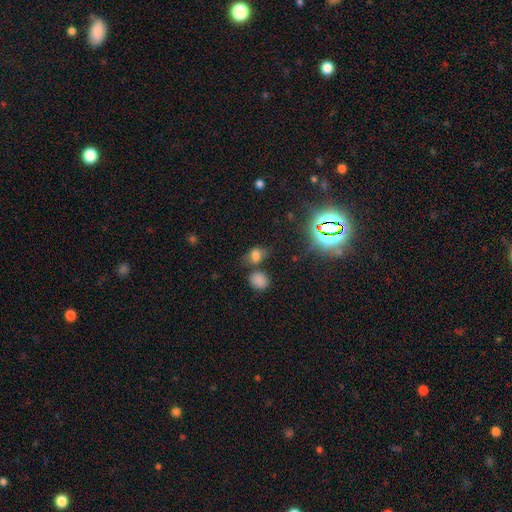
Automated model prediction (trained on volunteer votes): Smooth or featured? Predicted: smooth (p=0.64). How rounded? Predicted: in between (p=0.66). Merging? Predicted: none (p=0.59).